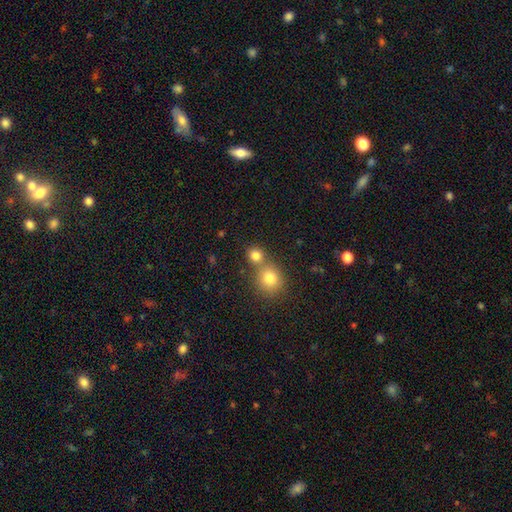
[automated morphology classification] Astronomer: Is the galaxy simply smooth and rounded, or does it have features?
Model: smooth — 81%.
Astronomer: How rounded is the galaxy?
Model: round — 83%.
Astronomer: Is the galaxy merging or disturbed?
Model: none — 54% (runner-up: merger, 37%).